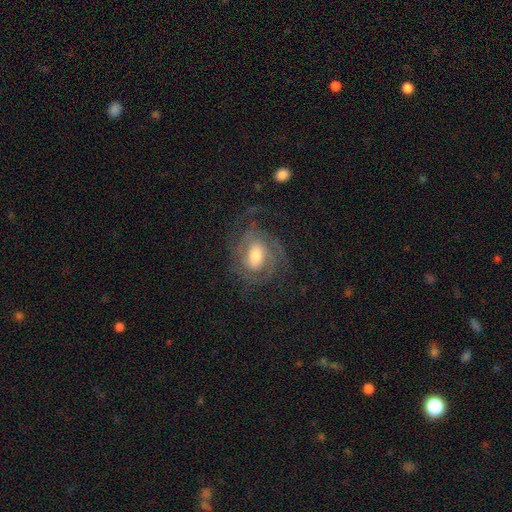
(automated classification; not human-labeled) This appears to be a featured or disk galaxy (86%) with no bar (45%), 2 (34%) tight (55%) spiral arms (96%) and a moderate central bulge (59%). Merging: none (68%).